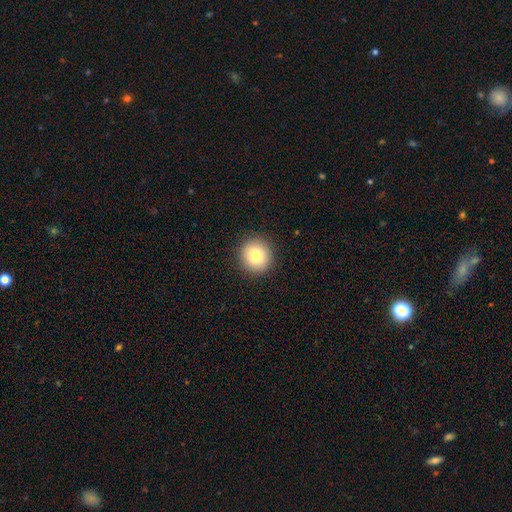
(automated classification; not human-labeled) A smooth galaxy with no disk features (81%) that is round (93%). Merging: none (91%).